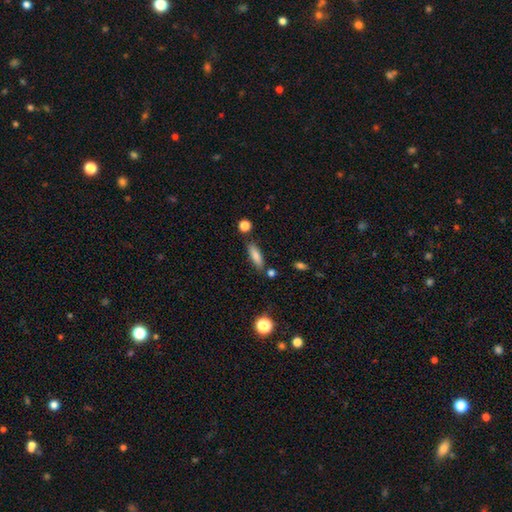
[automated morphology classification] smooth-or-featured: smooth: 80% | featured or disk: 12% | star or artifact: 8%
  how-rounded: cigar-shaped: 53% | in between: 44% | round: 3%
  merging: none: 79% | minor disturbance: 12% | merger: 6% | major disturbance: 3%